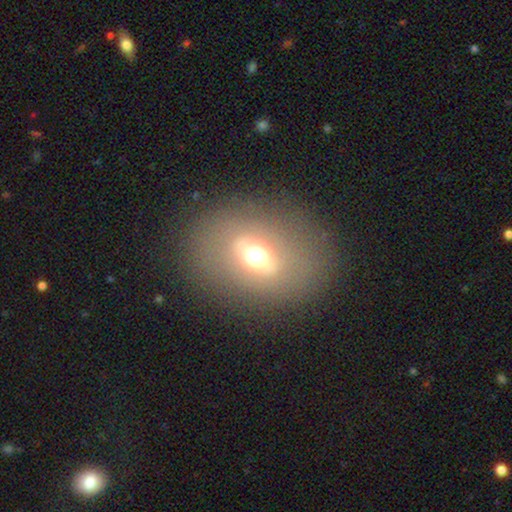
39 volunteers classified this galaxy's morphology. smooth_or_featured: featured or disk (p=0.56) [alt: smooth p=0.33]
disk_edge_on: no (p=0.86) [alt: yes p=0.14]
bar: weak (p=0.42) [alt: strong p=0.32]
has_spiral_arms: no (p=0.95) [alt: yes p=0.05]
bulge_size: moderate (p=0.53) [alt: large p=0.26]
merging: none (p=0.94) [alt: minor disturbance p=0.03]